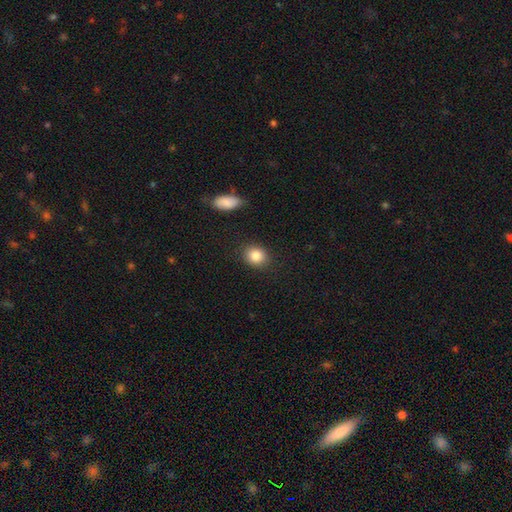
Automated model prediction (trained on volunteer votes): A smooth galaxy with no disk features (85%) that is round (63%). Merging: none (87%).